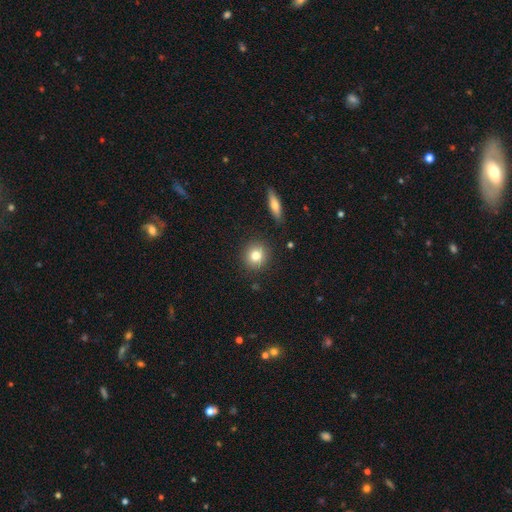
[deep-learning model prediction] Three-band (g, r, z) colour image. It shows a smooth galaxy with no disk features (80%) that is round (89%). Merging: none (88%).